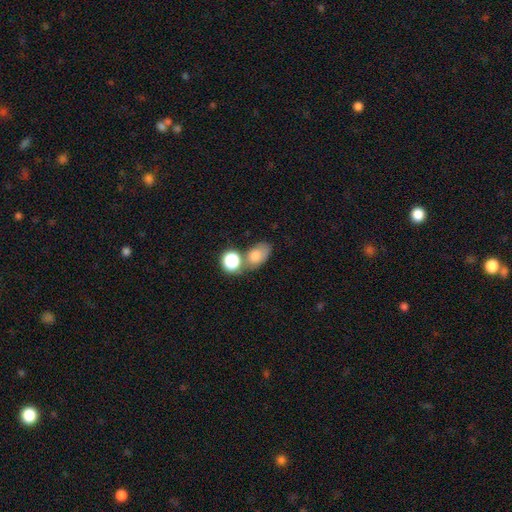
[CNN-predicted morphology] A smooth galaxy with no disk features (75%) that is in between round and cigar-shaped (79%). Merging: none (45%).